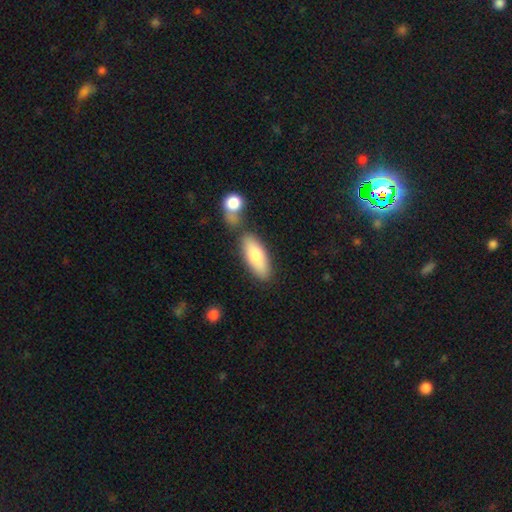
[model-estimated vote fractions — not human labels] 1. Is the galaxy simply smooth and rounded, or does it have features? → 76% smooth, 18% featured or disk, 6% star or artifact.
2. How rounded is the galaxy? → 72% in between, 25% cigar-shaped, 3% round.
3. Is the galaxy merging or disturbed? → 65% none, 19% merger, 13% minor disturbance, 4% major disturbance.